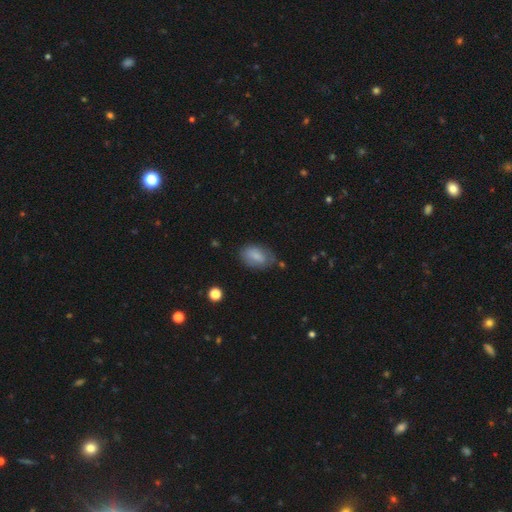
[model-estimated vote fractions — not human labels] Morphology: type=smooth (79%); roundness=in between (89%); merging=none (66%).